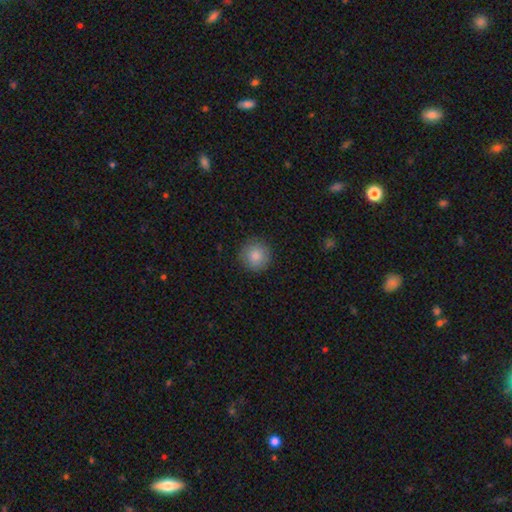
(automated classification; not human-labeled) Morphology: type=smooth (85%); roundness=round (95%); merging=none (90%).